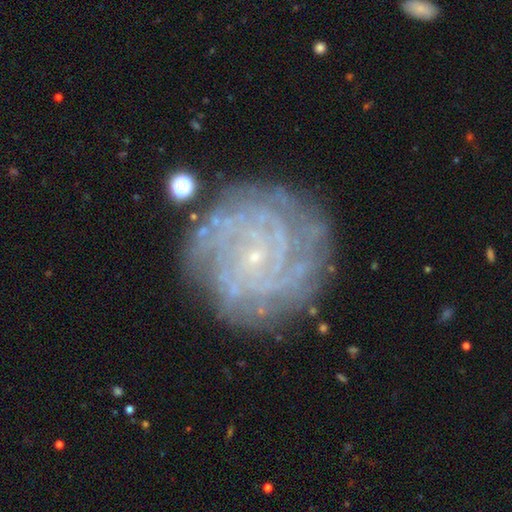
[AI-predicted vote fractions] Smooth or featured: featured or disk — 86% (star or artifact — 7%)
Edge-on disk: no — 98% (yes — 2%)
Bar: no — 75% (weak — 19%)
Spiral arms: yes — 97% (no — 3%)
Spiral winding: tight — 81% (medium — 16%)
Spiral arm count: can't tell — 25% (4 — 22%)
Bulge size: small — 89% (moderate — 5%)
Merging: none — 80% (minor disturbance — 13%)